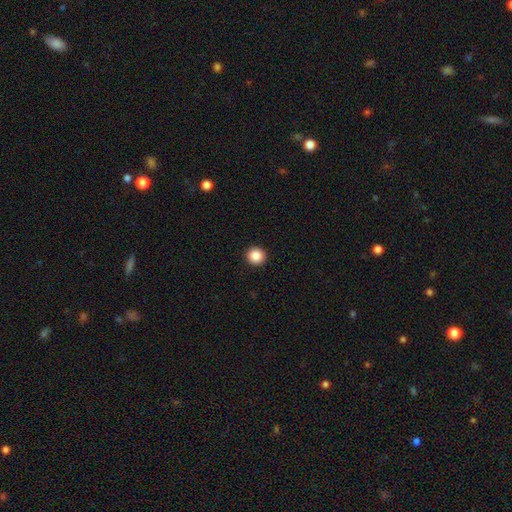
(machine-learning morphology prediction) Q: Smooth or featured?
A: smooth (87%); runner-up: star or artifact (10%)
Q: How rounded?
A: round (94%); runner-up: in between (5%)
Q: Merging?
A: none (94%); runner-up: minor disturbance (4%)